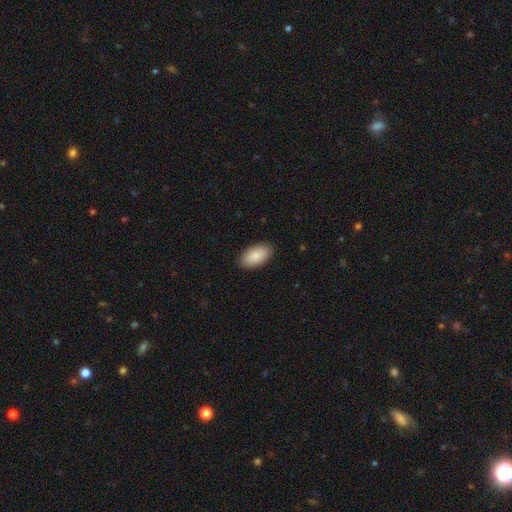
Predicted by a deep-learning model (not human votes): Smooth or featured: smooth — 88% (featured or disk — 6%)
How rounded: in between — 95% (round — 3%)
Merging: none — 89% (minor disturbance — 9%)